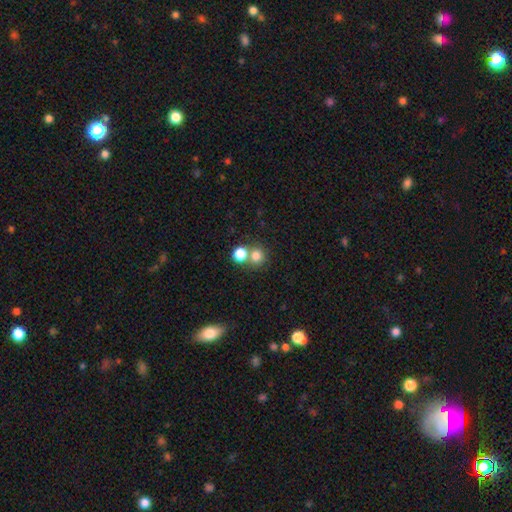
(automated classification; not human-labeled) Smooth or featured: smooth — 78% (star or artifact — 14%)
How rounded: round — 88% (in between — 11%)
Merging: none — 55% (merger — 36%)